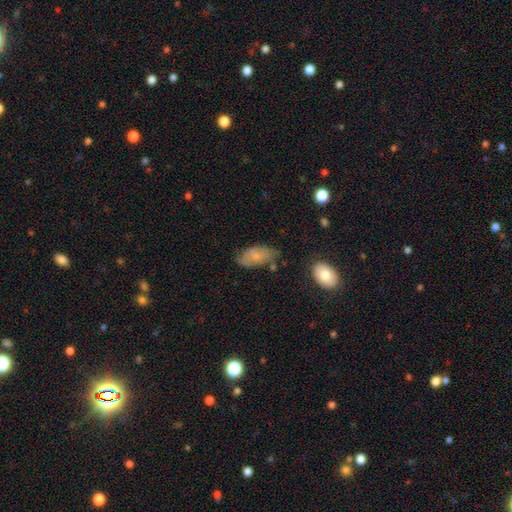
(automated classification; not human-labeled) Smooth or featured?
  - smooth: 68% *
  - featured or disk: 24%
  - star or artifact: 8%
How rounded?
  - in between: 92% *
  - cigar-shaped: 4%
  - round: 3%
Merging?
  - none: 56% *
  - minor disturbance: 29%
  - major disturbance: 10%
  - merger: 5%